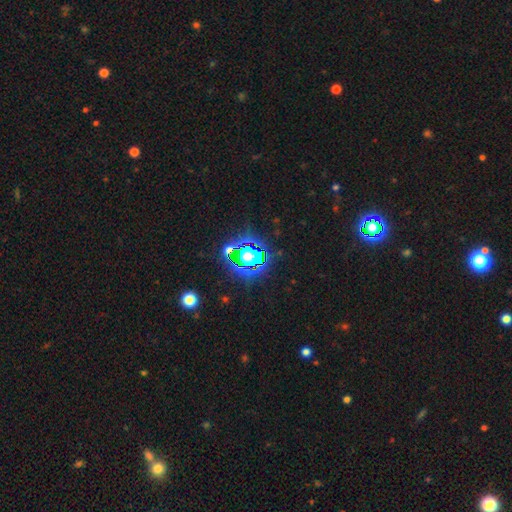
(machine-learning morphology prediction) A star or artifact, not a galaxy (68%).

Vote fractions:
- Smooth or featured? star or artifact: 68% / smooth: 19% / featured or disk: 13%